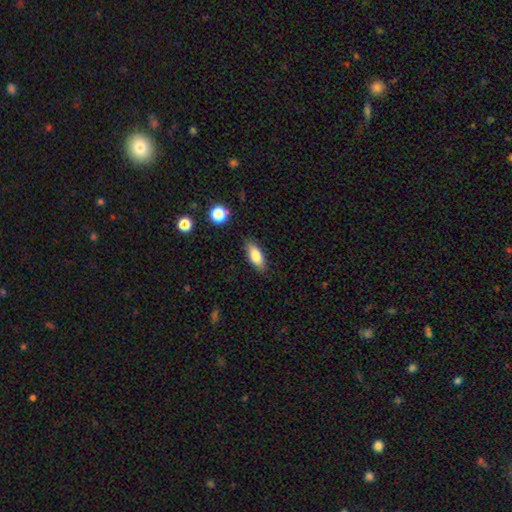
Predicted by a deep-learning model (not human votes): A smooth galaxy with no disk features (81%) that is in between round and cigar-shaped (77%).

Vote fractions:
- Smooth or featured? smooth: 81% / featured or disk: 11% / star or artifact: 8%
- How rounded? in between: 77% / cigar-shaped: 19% / round: 3%
- Merging? none: 84% / minor disturbance: 12% / major disturbance: 3% / merger: 2%